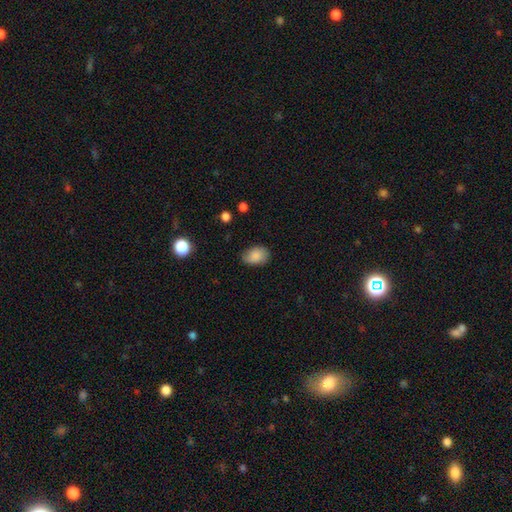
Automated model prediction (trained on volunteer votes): Smooth or featured: smooth — 85% (star or artifact — 8%)
How rounded: in between — 79% (round — 20%)
Merging: none — 75% (minor disturbance — 20%)